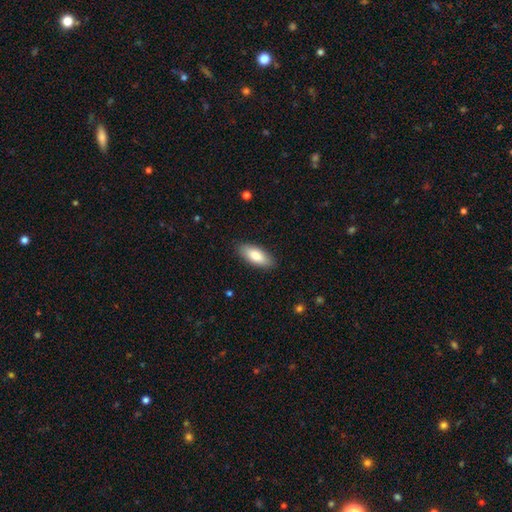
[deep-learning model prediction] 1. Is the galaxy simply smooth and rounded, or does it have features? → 84% smooth, 11% featured or disk, 6% star or artifact.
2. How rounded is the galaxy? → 81% in between, 17% cigar-shaped, 2% round.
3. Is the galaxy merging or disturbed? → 88% none, 9% minor disturbance, 2% major disturbance, 1% merger.